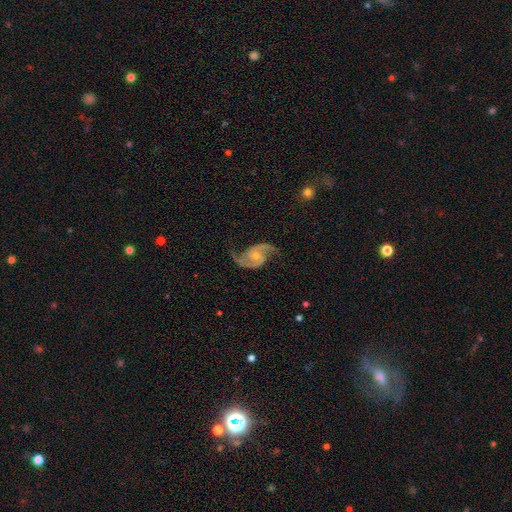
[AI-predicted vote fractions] Overall: featured or disk (91%). Edge-on disk: no (98%). Bar: no (61%; weak 31%). Spiral arms: yes (98%). Spiral arm count: 2 (94%). Spiral winding: loose (46%; medium 43%). Bulge size: small (53%; moderate 42%). Merging: none (75%).